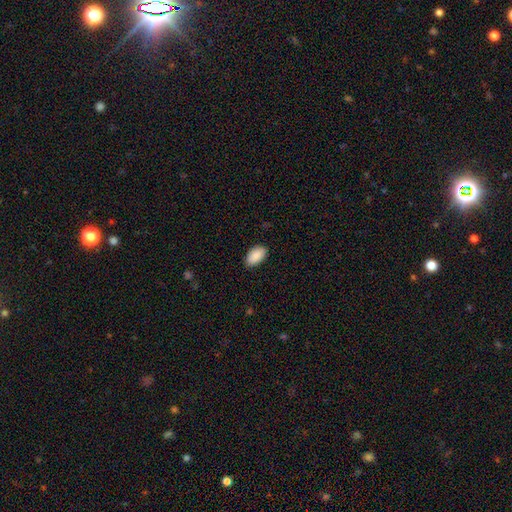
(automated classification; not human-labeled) A smooth galaxy with no disk features (90%) that is in between round and cigar-shaped (95%).

Vote fractions:
- Smooth or featured? smooth: 90% / star or artifact: 6% / featured or disk: 4%
- How rounded? in between: 95% / round: 3% / cigar-shaped: 2%
- Merging? none: 88% / minor disturbance: 9% / major disturbance: 2% / merger: 1%